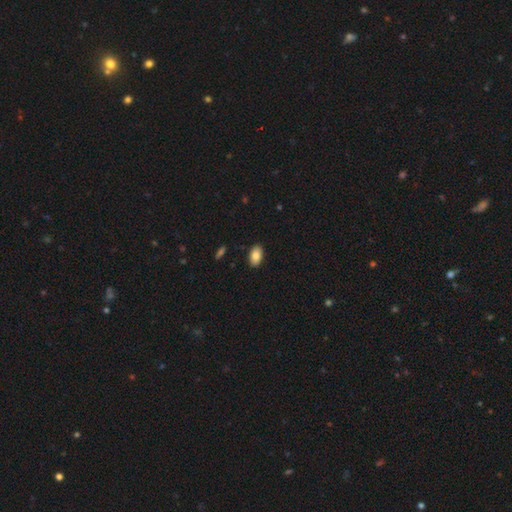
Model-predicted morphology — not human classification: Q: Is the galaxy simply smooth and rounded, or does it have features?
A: smooth — 84%.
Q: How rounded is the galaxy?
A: in between — 93%.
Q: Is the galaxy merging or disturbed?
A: none — 89%.